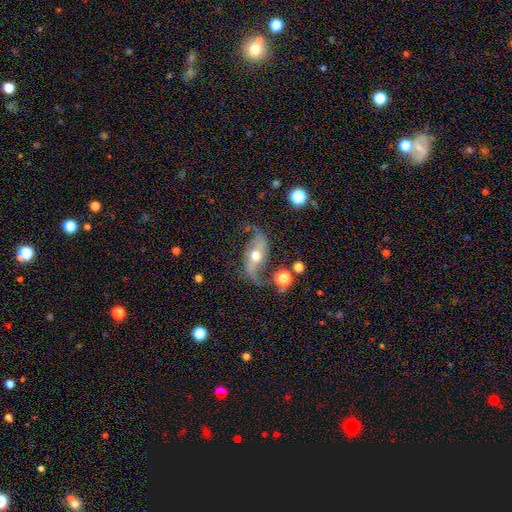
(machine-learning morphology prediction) A featured or disk galaxy (82%) with no bar (48%), 2 (92%) loose (79%) spiral arms (92%) and a moderate central bulge (73%).

Vote fractions:
- Smooth or featured? featured or disk: 82% / smooth: 11% / star or artifact: 7%
- Edge-on disk? no: 92% / yes: 8%
- Bar? no: 48% / weak: 31% / strong: 21%
- Spiral arms? yes: 92% / no: 8%
- Spiral winding? loose: 79% / medium: 16% / tight: 5%
- Spiral arm count? 2: 92% / 1: 3% / can't tell: 2% / 3: 1% / 4: 1% / more than 4: 1%
- Bulge size? moderate: 73% / small: 13% / large: 11% / dominant: 2% / none: 1%
- Merging? none: 59% / minor disturbance: 20% / major disturbance: 15% / merger: 6%